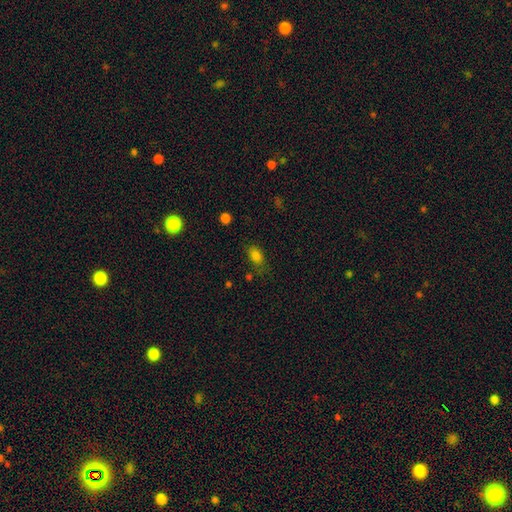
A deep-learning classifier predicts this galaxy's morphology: This appears to be a smooth galaxy with no disk features (80%) that is in between round and cigar-shaped (83%). Merging: none (70%).